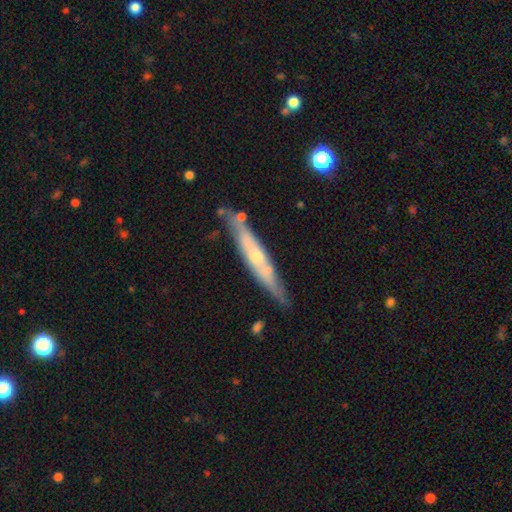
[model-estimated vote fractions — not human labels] Morphology: type=featured or disk (59%); edge-on=yes (79%); merging=none (75%).